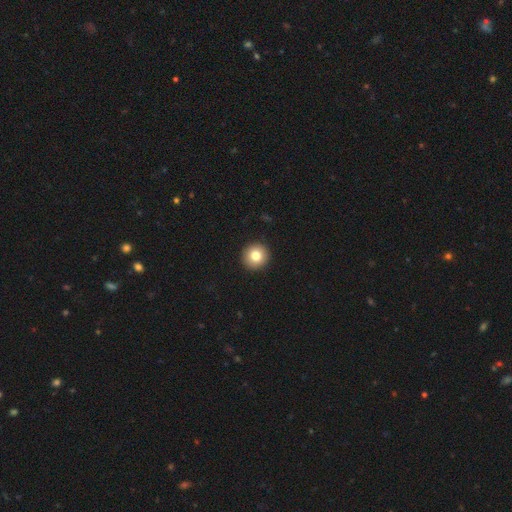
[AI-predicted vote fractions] Q: Smooth or featured?
A: smooth (80%); runner-up: featured or disk (10%)
Q: How rounded?
A: round (95%); runner-up: in between (4%)
Q: Merging?
A: none (94%); runner-up: minor disturbance (4%)